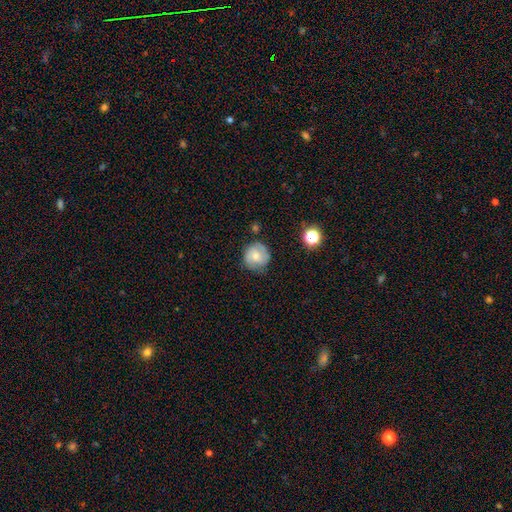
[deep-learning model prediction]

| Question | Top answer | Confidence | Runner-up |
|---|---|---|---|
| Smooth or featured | smooth | 48% | featured or disk (43%) |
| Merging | none | 72% | minor disturbance (20%) |